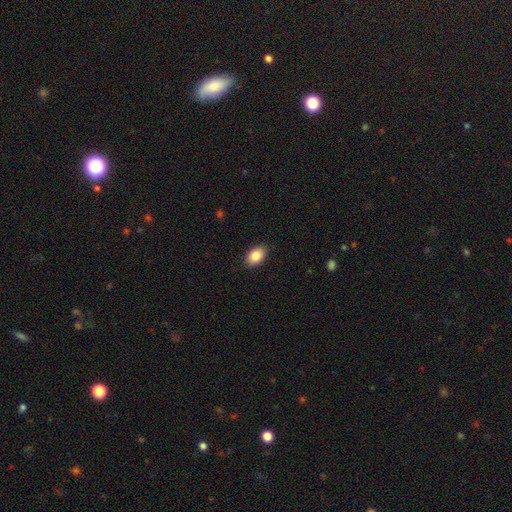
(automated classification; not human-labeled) Smooth or featured: smooth — 86% (star or artifact — 7%)
How rounded: in between — 89% (round — 10%)
Merging: none — 88% (minor disturbance — 9%)